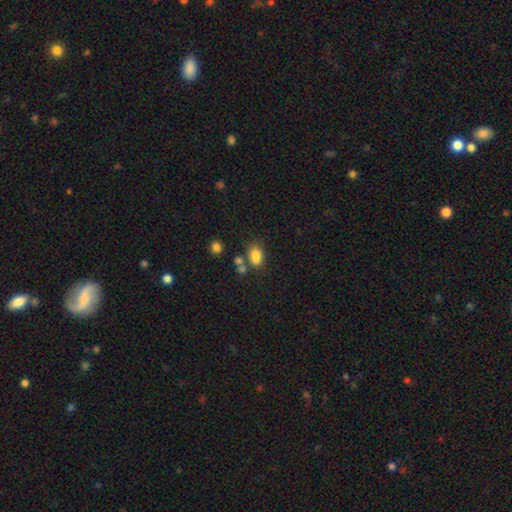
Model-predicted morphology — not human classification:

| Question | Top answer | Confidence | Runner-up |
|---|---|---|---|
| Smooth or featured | smooth | 76% | star or artifact (13%) |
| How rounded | in between | 75% | round (23%) |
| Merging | none | 47% | merger (30%) |